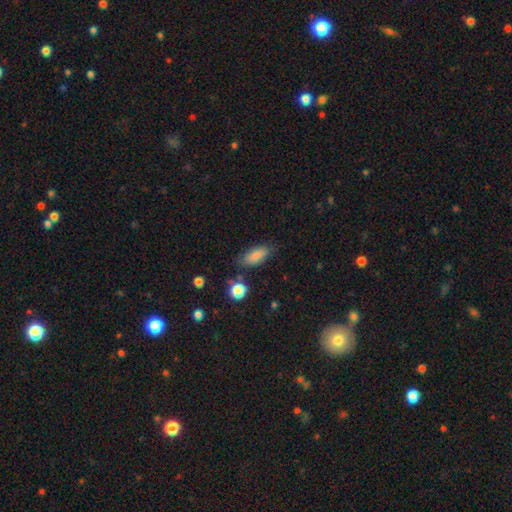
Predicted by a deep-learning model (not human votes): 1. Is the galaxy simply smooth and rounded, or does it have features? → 84% smooth, 9% star or artifact, 7% featured or disk.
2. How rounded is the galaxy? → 81% in between, 15% cigar-shaped, 4% round.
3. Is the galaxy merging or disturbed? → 76% none, 16% minor disturbance, 4% major disturbance, 4% merger.